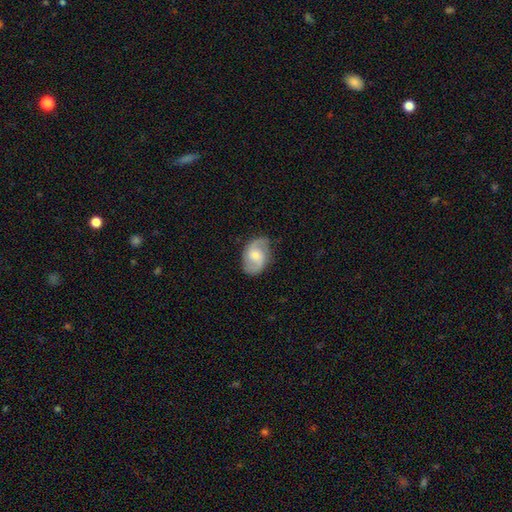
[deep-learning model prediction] smooth_or_featured: featured or disk (p=0.75) [alt: smooth p=0.19]
disk_edge_on: no (p=0.97) [alt: yes p=0.03]
bar: no (p=0.54) [alt: weak p=0.39]
has_spiral_arms: yes (p=0.94) [alt: no p=0.06]
spiral_winding: medium (p=0.51) [alt: loose p=0.29]
spiral_arm_count: 2 (p=0.90) [alt: can't tell p=0.05]
bulge_size: small (p=0.47) [alt: moderate p=0.46]
merging: none (p=0.80) [alt: minor disturbance p=0.15]